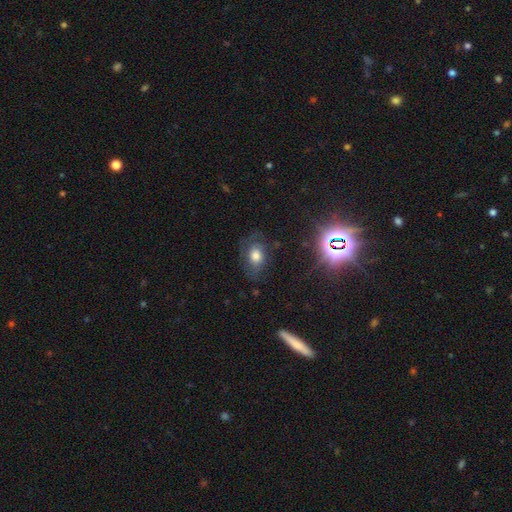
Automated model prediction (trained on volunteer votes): A smooth galaxy with no disk features (54%) that is in between round and cigar-shaped (71%).

Vote fractions:
- Smooth or featured? smooth: 54% / featured or disk: 29% / star or artifact: 17%
- How rounded? in between: 71% / round: 27% / cigar-shaped: 2%
- Merging? none: 63% / minor disturbance: 22% / major disturbance: 14% / merger: 2%